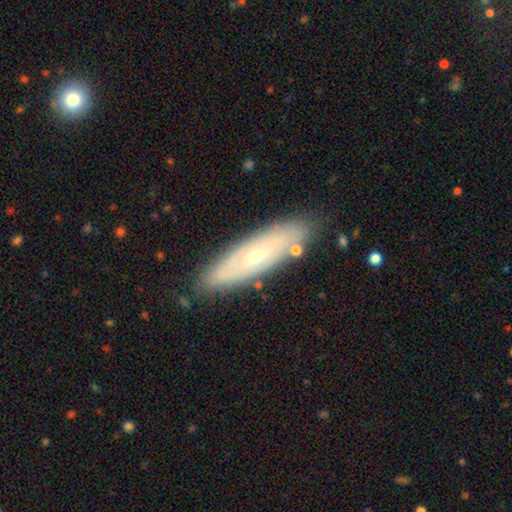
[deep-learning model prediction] This appears to be a featured or disk galaxy (64%). Merging: none (82%).